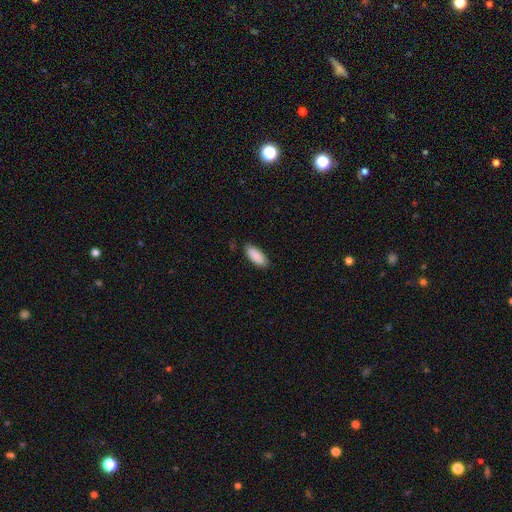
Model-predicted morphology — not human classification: Smooth or featured?
  - smooth: 90% *
  - star or artifact: 6%
  - featured or disk: 4%
How rounded?
  - in between: 80% *
  - cigar-shaped: 18%
  - round: 2%
Merging?
  - none: 84% *
  - minor disturbance: 13%
  - major disturbance: 2%
  - merger: 1%